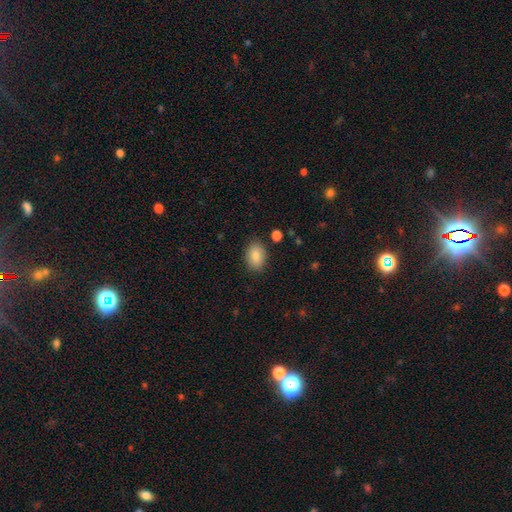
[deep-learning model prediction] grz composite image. It shows a smooth galaxy with no disk features (85%) that is in between round and cigar-shaped (79%). Merging: none (85%).